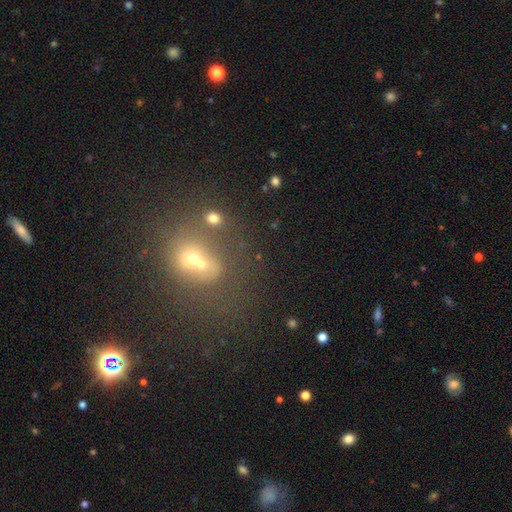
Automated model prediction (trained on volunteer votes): Morphology: type=smooth (40%); merging=none (39%).